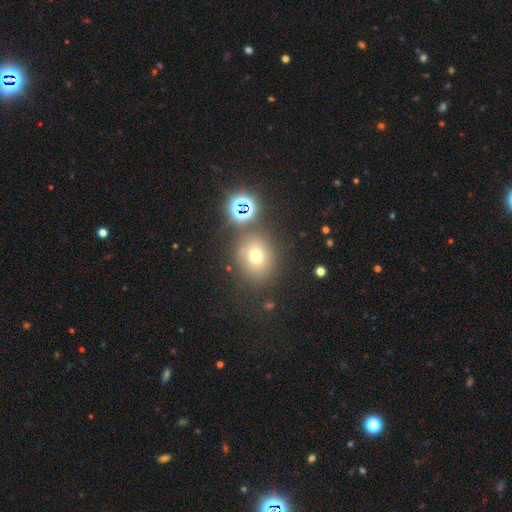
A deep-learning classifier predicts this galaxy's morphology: Smooth or featured? Predicted: smooth (p=0.66). How rounded? Predicted: round (p=0.70). Merging? Predicted: none (p=0.74).